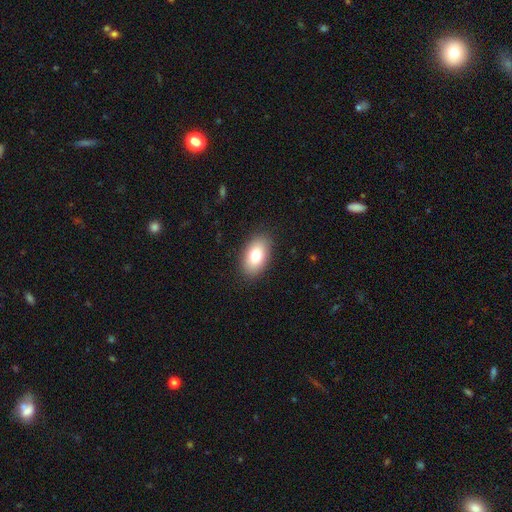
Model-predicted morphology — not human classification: Smooth or featured? Predicted: smooth (p=0.79). How rounded? Predicted: in between (p=0.93). Merging? Predicted: none (p=0.88).